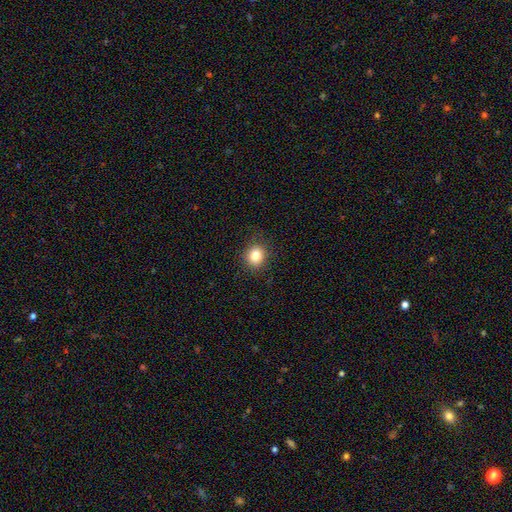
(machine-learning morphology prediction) A smooth galaxy with no disk features (81%) that is round (81%).

Vote fractions:
- Smooth or featured? smooth: 81% / star or artifact: 12% / featured or disk: 7%
- How rounded? round: 81% / in between: 19% / cigar-shaped: 1%
- Merging? none: 89% / minor disturbance: 8% / major disturbance: 2% / merger: 1%